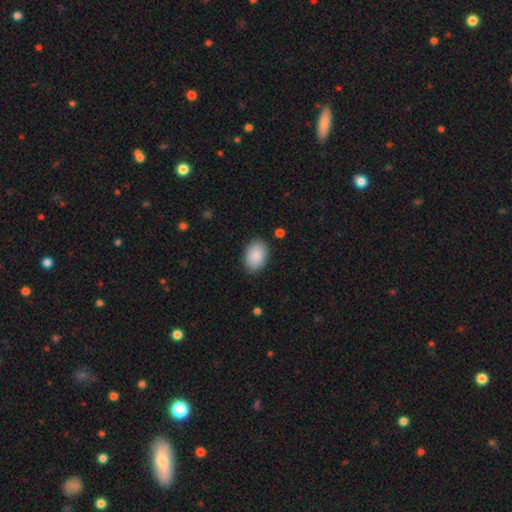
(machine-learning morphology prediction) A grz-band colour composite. It shows a smooth galaxy with no disk features (90%) that is in between round and cigar-shaped (84%). Merging: none (88%).